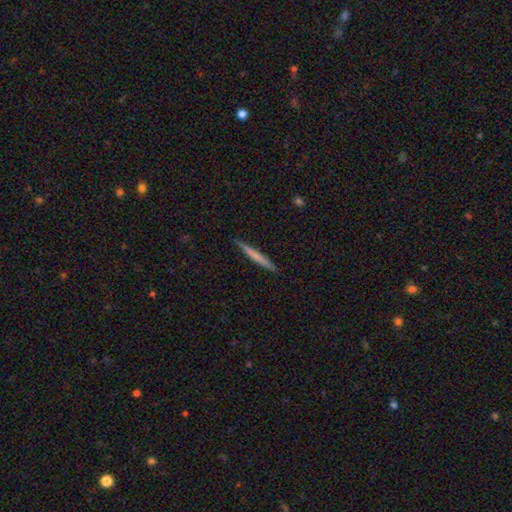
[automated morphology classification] smooth-or-featured: smooth: 62% | featured or disk: 33% | star or artifact: 6%
  how-rounded: cigar-shaped: 96% | in between: 2% | round: 1%
  merging: none: 91% | minor disturbance: 6% | major disturbance: 1% | merger: 1%